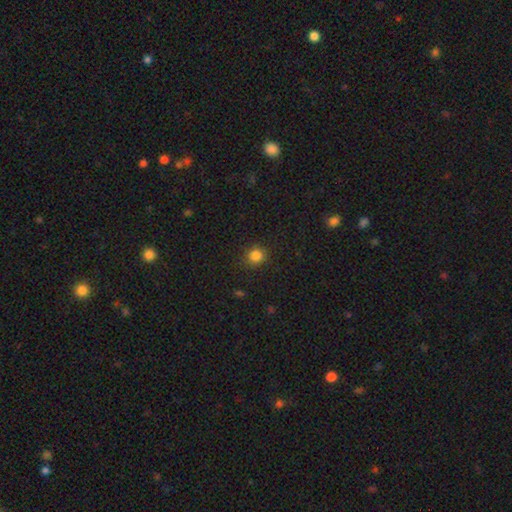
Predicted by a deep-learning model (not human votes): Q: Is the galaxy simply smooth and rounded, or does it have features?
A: smooth — 83%.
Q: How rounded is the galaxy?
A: round — 86%.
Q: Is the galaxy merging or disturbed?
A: none — 88%.